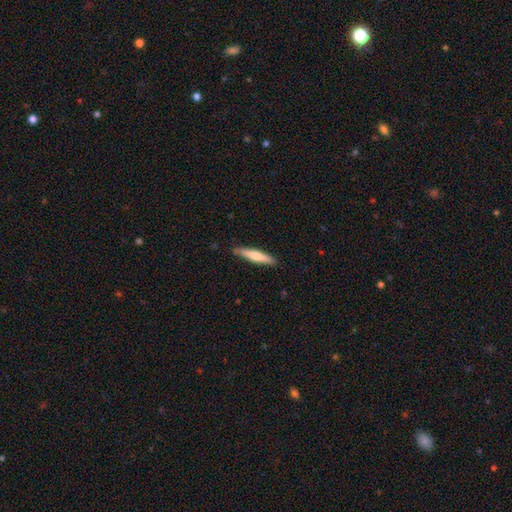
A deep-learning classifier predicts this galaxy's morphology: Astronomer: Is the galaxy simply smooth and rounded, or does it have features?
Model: smooth — 60% (runner-up: featured or disk, 35%).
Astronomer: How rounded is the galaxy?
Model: cigar-shaped — 89%.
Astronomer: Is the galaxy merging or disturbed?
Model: none — 88%.